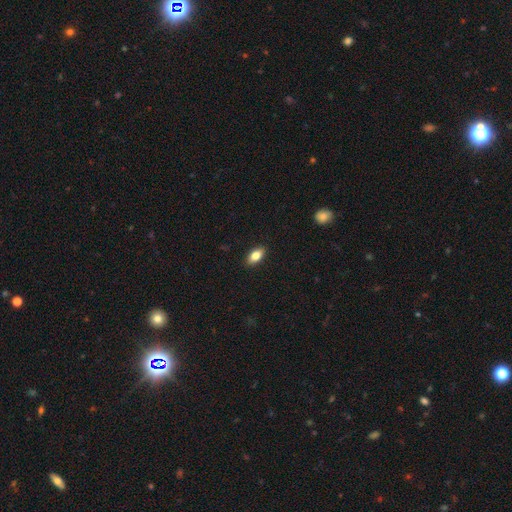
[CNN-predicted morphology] This is likely a smooth galaxy (80%). How rounded: clearly in between (89%). Merging: clearly none (89%).